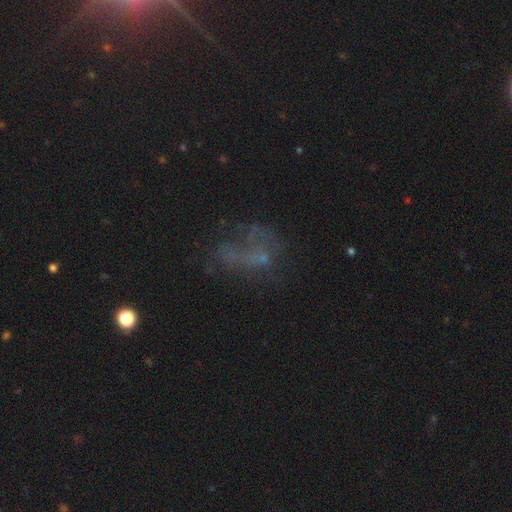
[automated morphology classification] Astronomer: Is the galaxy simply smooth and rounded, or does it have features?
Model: featured or disk — 45% (runner-up: star or artifact, 28%).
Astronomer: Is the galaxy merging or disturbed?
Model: none — 39% (runner-up: major disturbance, 37%).